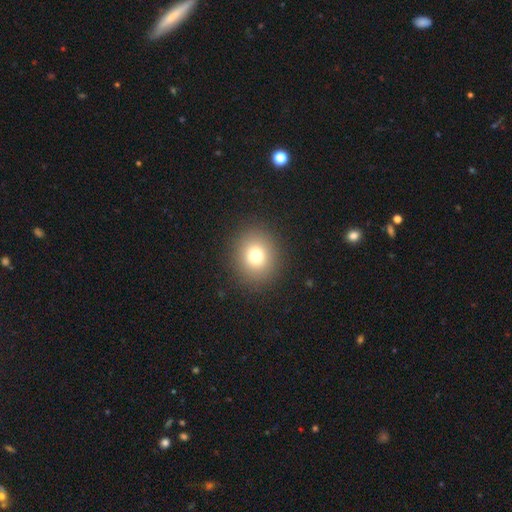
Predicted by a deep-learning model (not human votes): A smooth galaxy with no disk features (76%) that is round (81%). Merging: none (90%).